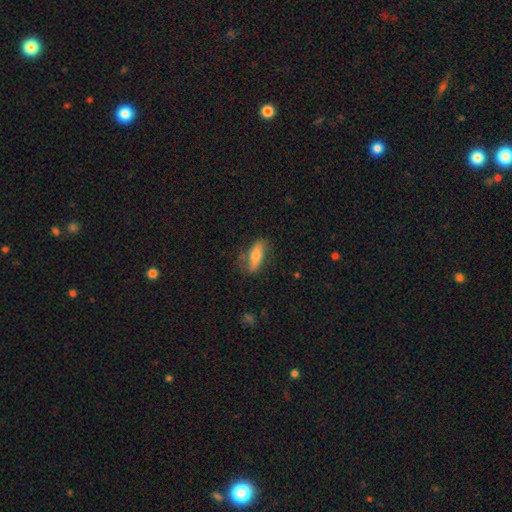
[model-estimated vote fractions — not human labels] The model was most divided on "smooth or featured": smooth: 52%, featured or disk: 41%, star or artifact: 7%. More confident: merging — none (72%); how rounded — in between (56%).